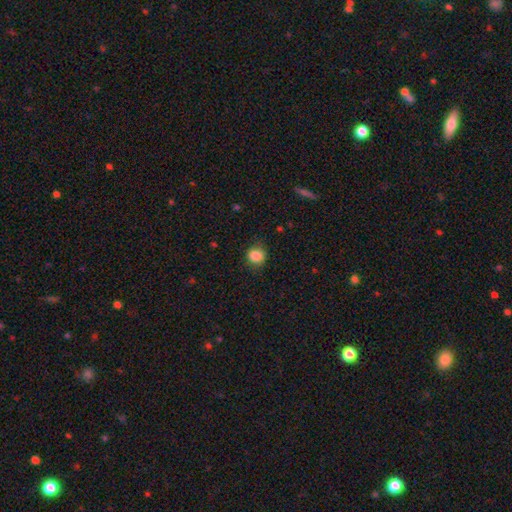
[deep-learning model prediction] This appears to be a smooth galaxy with no disk features (86%) that is round (73%). Merging: none (79%).